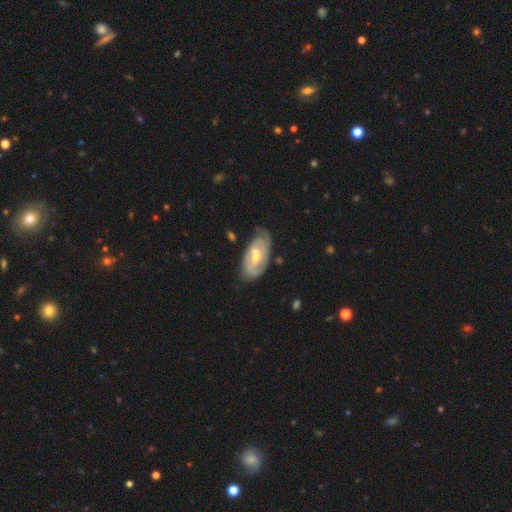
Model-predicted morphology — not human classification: Smooth or featured?
  - featured or disk: 74% *
  - smooth: 20%
  - star or artifact: 5%
Edge-on disk?
  - no: 94% *
  - yes: 6%
Bar?
  - weak: 52% *
  - no: 30%
  - strong: 18%
Spiral arms?
  - yes: 87% *
  - no: 13%
Spiral winding?
  - tight: 62% *
  - medium: 29%
  - loose: 9%
Spiral arm count?
  - 2: 52% *
  - can't tell: 30%
  - 3: 7%
  - 1: 7%
  - 4: 2%
  - more than 4: 2%
Bulge size?
  - moderate: 60% *
  - small: 34%
  - large: 3%
  - none: 2%
  - dominant: 1%
Merging?
  - none: 69% *
  - minor disturbance: 23%
  - major disturbance: 6%
  - merger: 2%